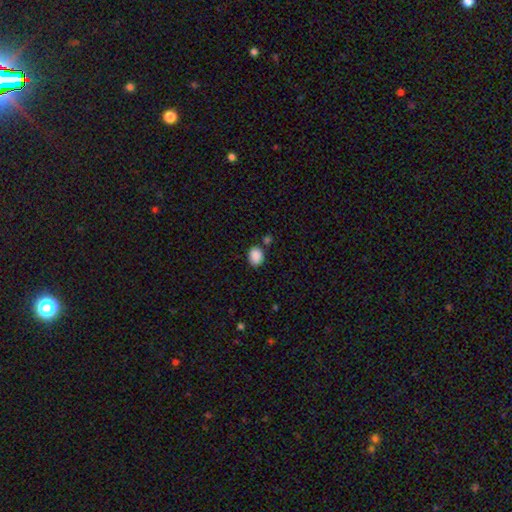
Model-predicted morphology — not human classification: This is clearly a smooth galaxy (89%). How rounded: possibly in between (57%). Merging: likely none (75%).